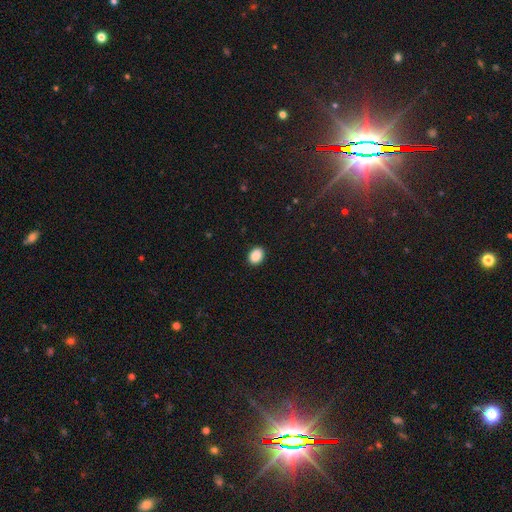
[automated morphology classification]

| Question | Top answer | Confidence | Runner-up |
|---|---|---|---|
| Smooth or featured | smooth | 89% | star or artifact (8%) |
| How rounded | in between | 64% | round (35%) |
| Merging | none | 91% | minor disturbance (7%) |